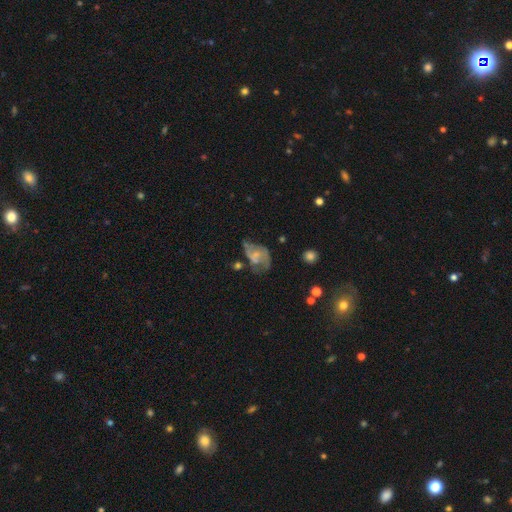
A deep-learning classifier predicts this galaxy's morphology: featured or disk 57%, smooth 33%, star or artifact 10%. Down the decision tree: edge-on disk — no (97%); bar — no (60%); spiral arms — yes (64%); bulge size — small (43%); merging — major disturbance (33%).